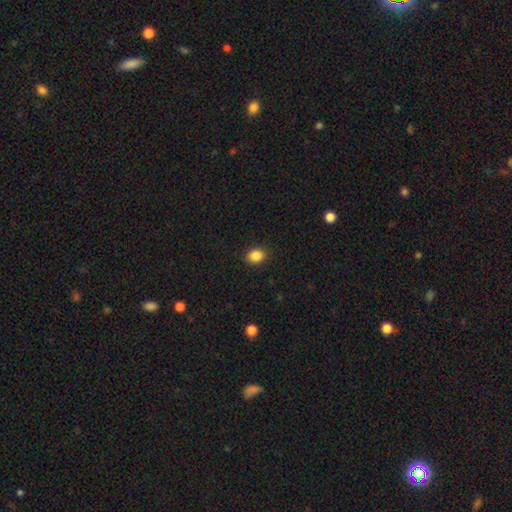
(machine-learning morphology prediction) smooth_or_featured: smooth (p=0.87) [alt: star or artifact p=0.10]
how_rounded: round (p=0.58) [alt: in between p=0.41]
merging: none (p=0.90) [alt: minor disturbance p=0.07]